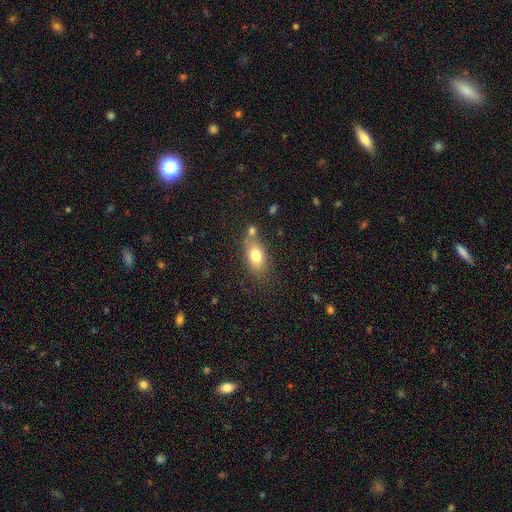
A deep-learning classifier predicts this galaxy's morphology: Smooth or featured?
  - smooth: 76% *
  - featured or disk: 15%
  - star or artifact: 9%
How rounded?
  - in between: 82% *
  - round: 13%
  - cigar-shaped: 5%
Merging?
  - none: 57% *
  - merger: 20%
  - minor disturbance: 17%
  - major disturbance: 6%